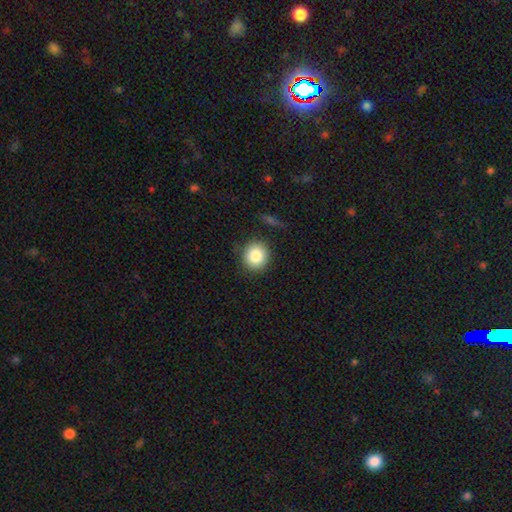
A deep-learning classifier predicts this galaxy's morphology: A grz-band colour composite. It shows a smooth galaxy with no disk features (83%) that is round (89%). Merging: none (85%).